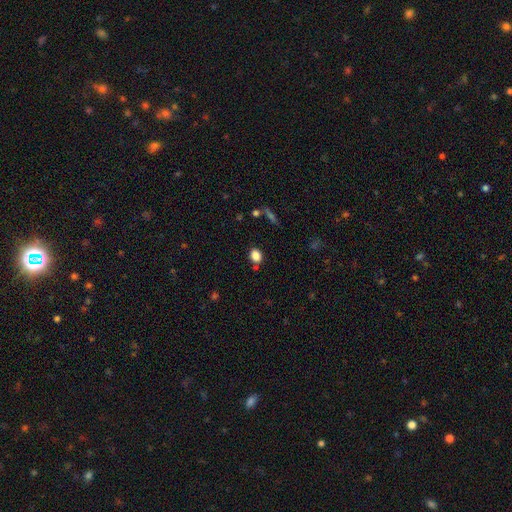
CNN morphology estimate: This appears to be a smooth galaxy with no disk features (85%) that is in between round and cigar-shaped (63%). Merging: none (76%).